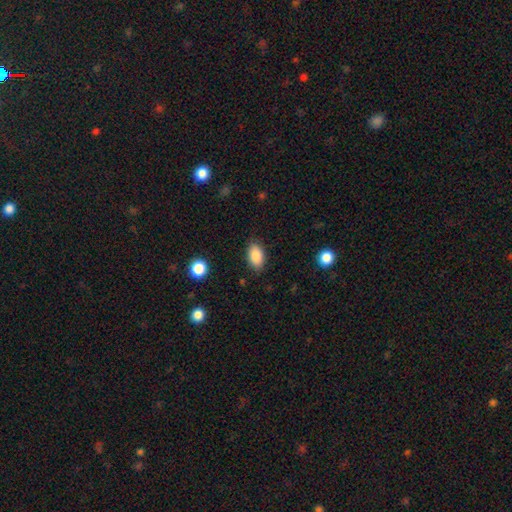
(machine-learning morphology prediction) type=smooth (87%); roundness=in between (91%); merging=none (84%).